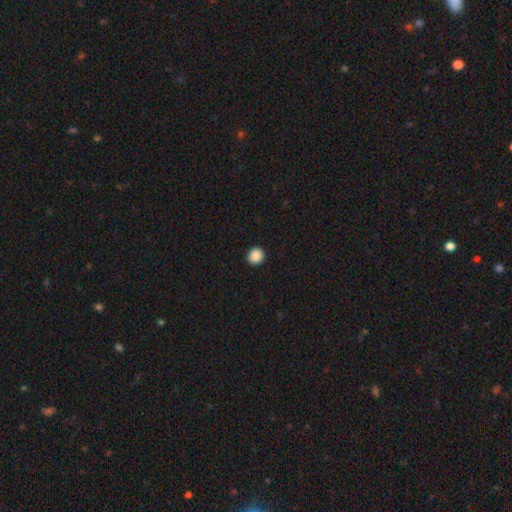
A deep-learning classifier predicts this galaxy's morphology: A smooth galaxy with no disk features (89%) that is round (90%).

Vote fractions:
- Smooth or featured? smooth: 89% / star or artifact: 9% / featured or disk: 2%
- How rounded? round: 90% / in between: 9% / cigar-shaped: 1%
- Merging? none: 93% / minor disturbance: 4% / major disturbance: 1% / merger: 1%